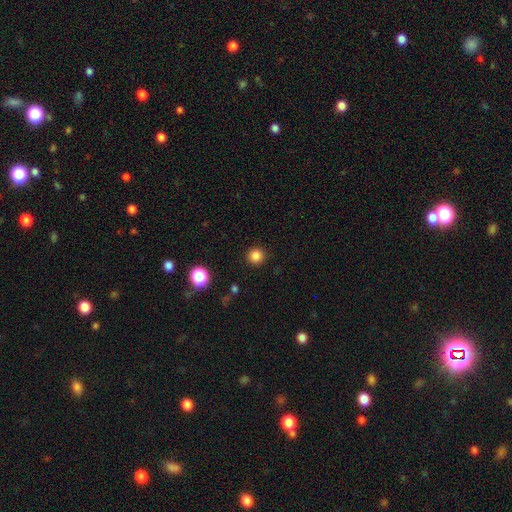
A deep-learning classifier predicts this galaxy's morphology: Smooth or featured?
  - smooth: 83% *
  - star or artifact: 13%
  - featured or disk: 4%
How rounded?
  - round: 95% *
  - in between: 4%
  - cigar-shaped: 1%
Merging?
  - none: 92% *
  - minor disturbance: 5%
  - major disturbance: 2%
  - merger: 1%